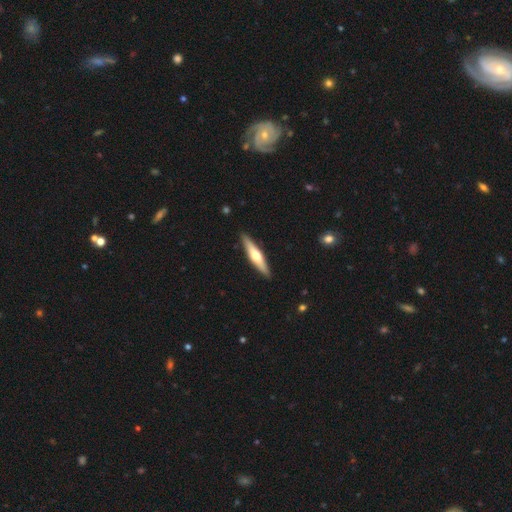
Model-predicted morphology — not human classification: smooth_or_featured: featured or disk (p=0.55) [alt: smooth p=0.40]
disk_edge_on: yes (p=0.94) [alt: no p=0.06]
edge_on_bulge: rounded (p=0.91) [alt: none p=0.05]
merging: none (p=0.91) [alt: minor disturbance p=0.07]